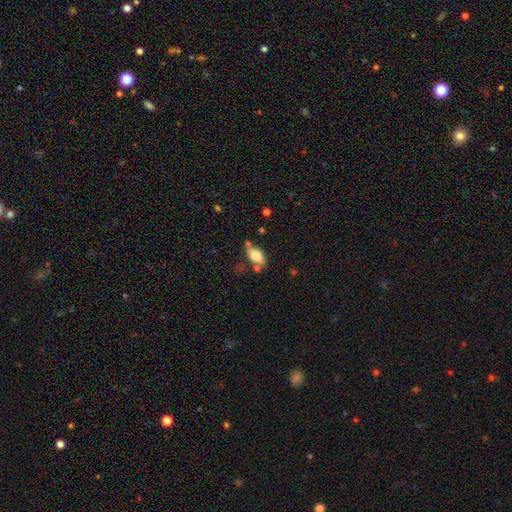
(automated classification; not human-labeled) A smooth galaxy with no disk features (68%) that is in between round and cigar-shaped (85%). Merging: none (61%).